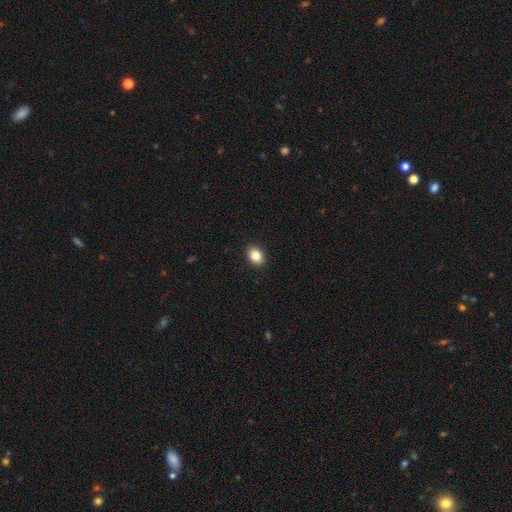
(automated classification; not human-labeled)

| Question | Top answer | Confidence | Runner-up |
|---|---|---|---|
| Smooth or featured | smooth | 86% | star or artifact (9%) |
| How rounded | in between | 72% | round (27%) |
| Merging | none | 91% | minor disturbance (6%) |